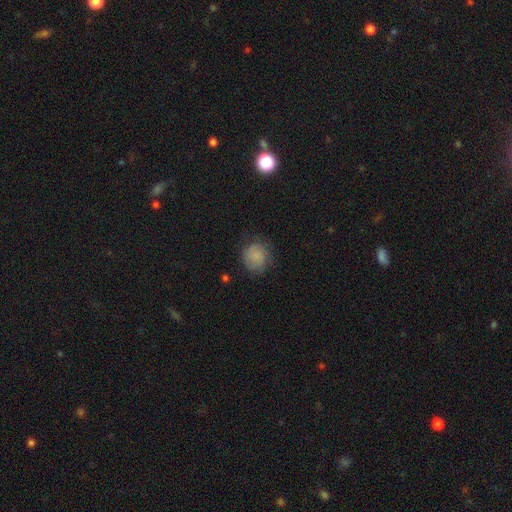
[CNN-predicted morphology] This appears to be a smooth galaxy with no disk features (80%) that is round (85%). Merging: none (71%).